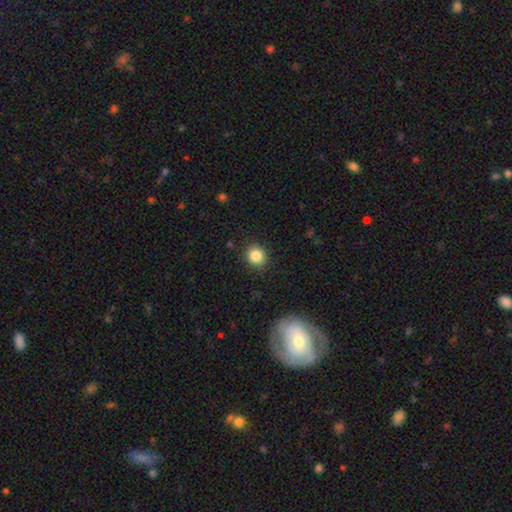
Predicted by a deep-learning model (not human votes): Morphology: type=smooth (85%); roundness=round (81%); merging=none (89%).